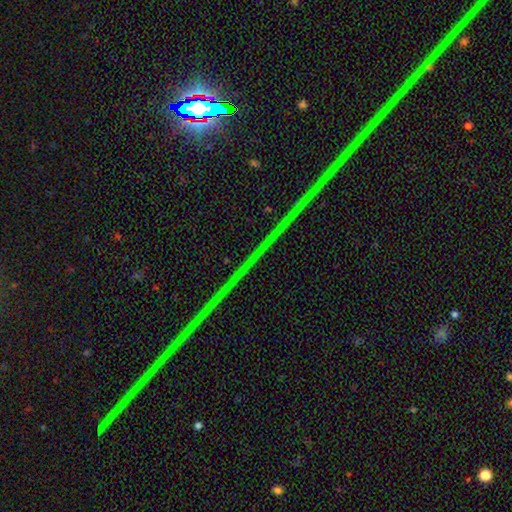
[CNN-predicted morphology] Overall: star or artifact (87%).